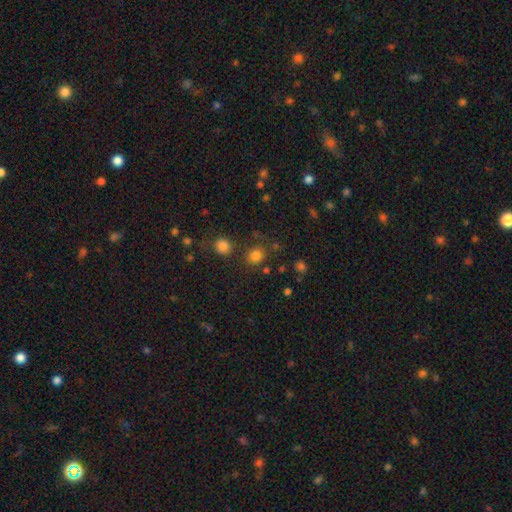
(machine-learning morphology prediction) type=smooth (79%); roundness=round (82%); merging=none (75%).